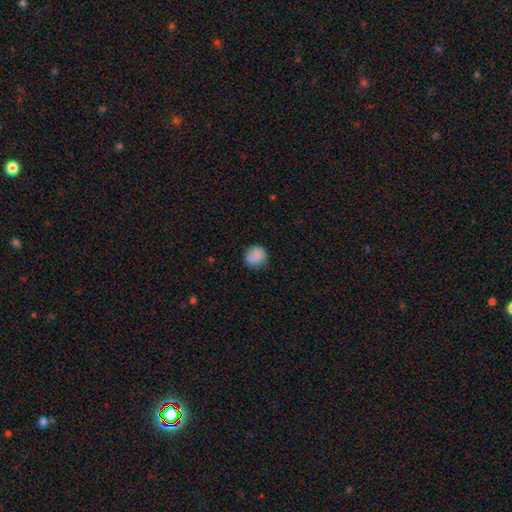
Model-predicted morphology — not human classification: The model was most divided on "merging": none: 76%, minor disturbance: 17%, major disturbance: 4%, merger: 2%. More confident: how rounded — round (87%); smooth or featured — smooth (85%).